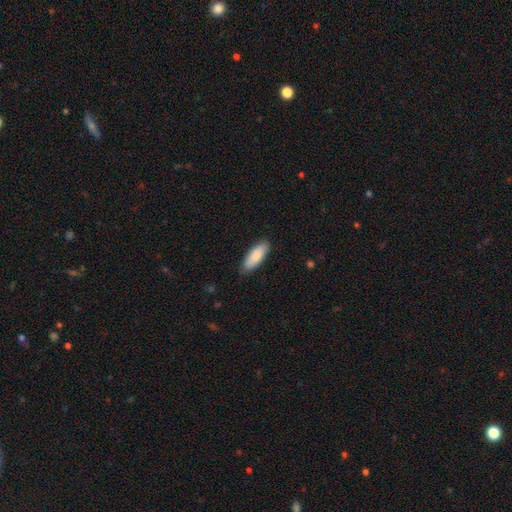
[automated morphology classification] smooth_or_featured: smooth (p=0.84) [alt: featured or disk p=0.11]
how_rounded: in between (p=0.73) [alt: cigar-shaped p=0.26]
merging: none (p=0.84) [alt: minor disturbance p=0.13]